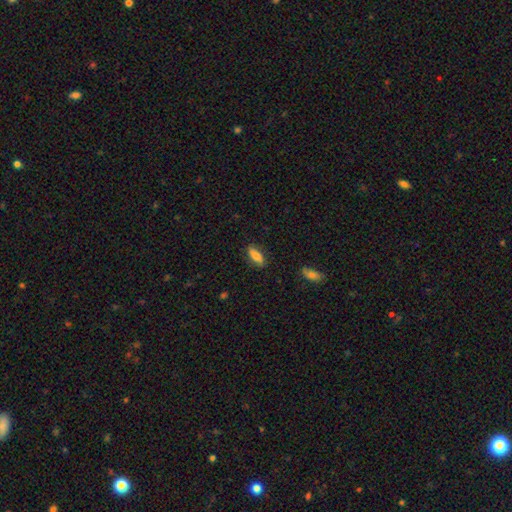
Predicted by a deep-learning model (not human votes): Smooth or featured?
  - smooth: 74% *
  - featured or disk: 19%
  - star or artifact: 7%
How rounded?
  - in between: 72% *
  - cigar-shaped: 26%
  - round: 3%
Merging?
  - none: 83% *
  - minor disturbance: 13%
  - major disturbance: 3%
  - merger: 1%